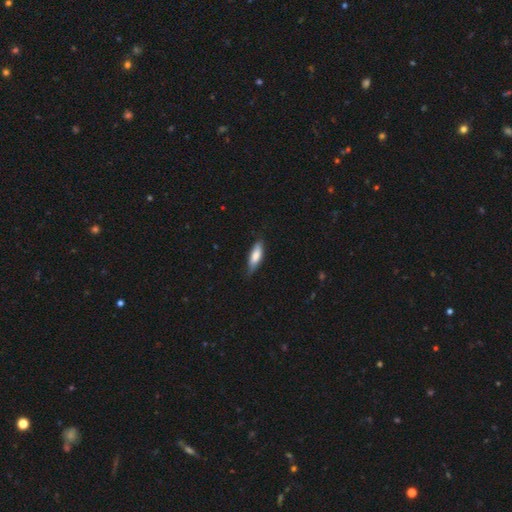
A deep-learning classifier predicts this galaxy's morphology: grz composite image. It shows a smooth galaxy with no disk features (78%) that is in between round and cigar-shaped (53%). Merging: none (71%).